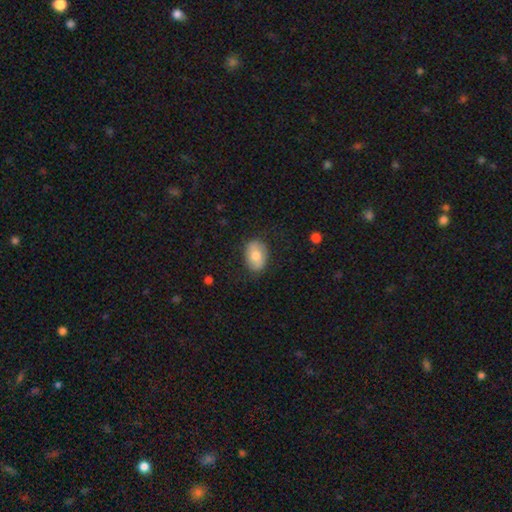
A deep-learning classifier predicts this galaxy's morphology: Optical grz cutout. It shows a smooth galaxy with no disk features (73%) that is in between round and cigar-shaped (80%). Merging: none (80%).